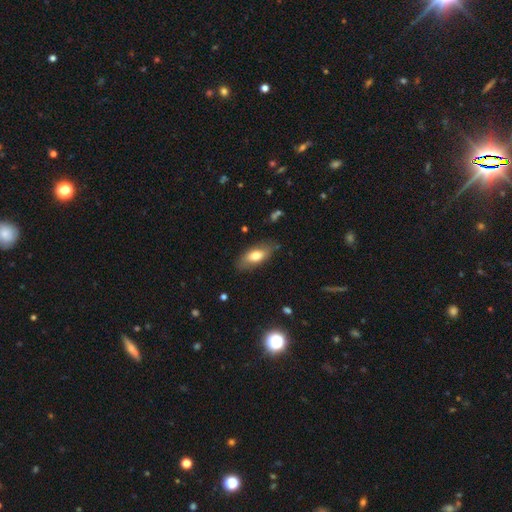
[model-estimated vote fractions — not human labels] The model was most divided on "smooth or featured": smooth: 72%, featured or disk: 21%, star or artifact: 7%. More confident: how rounded — in between (83%); merging — none (80%).